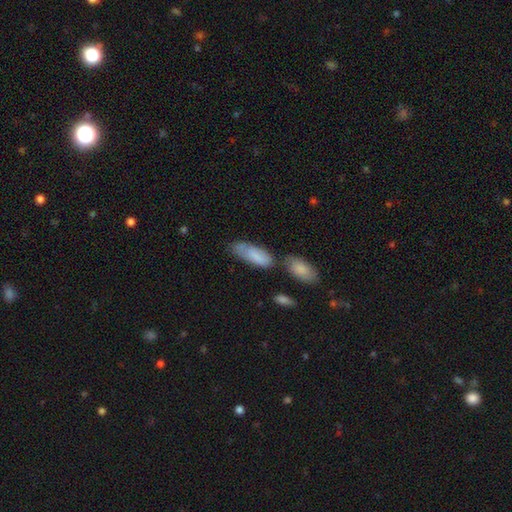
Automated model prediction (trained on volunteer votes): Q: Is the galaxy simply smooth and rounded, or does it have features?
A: smooth — 77%.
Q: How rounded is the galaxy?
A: in between — 73%.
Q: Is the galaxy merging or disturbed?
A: none — 49%.